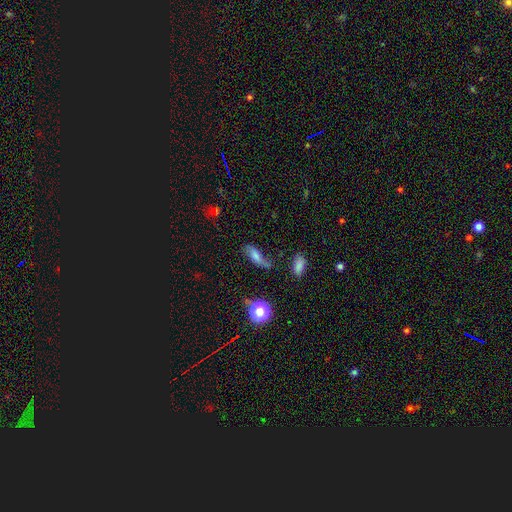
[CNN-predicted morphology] smooth 54%, featured or disk 31%, star or artifact 15%. Down the decision tree: how rounded — in between (58%); merging — none (55%).